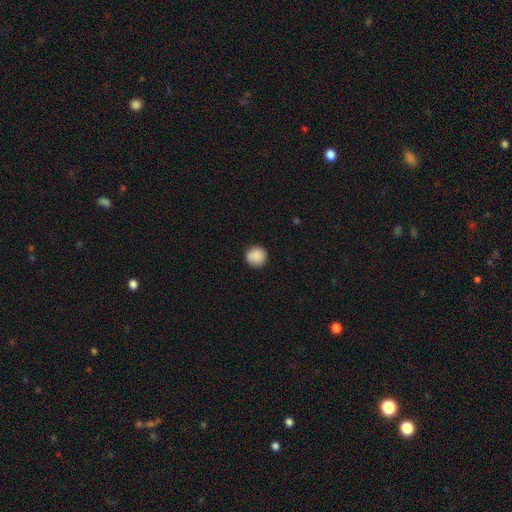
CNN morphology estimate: type=smooth (88%); roundness=round (93%); merging=none (87%).